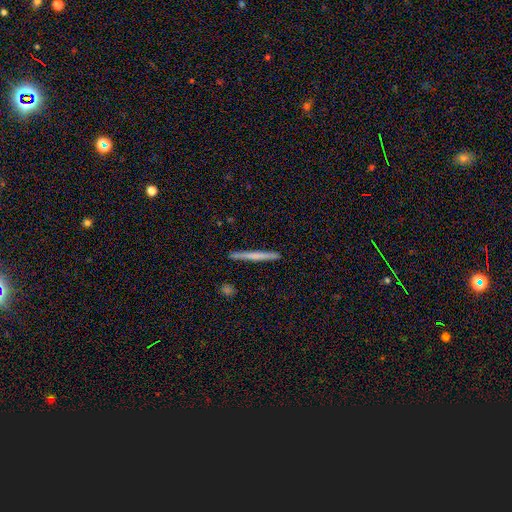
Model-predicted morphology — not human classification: type=smooth (58%); roundness=cigar-shaped (97%); merging=none (92%).